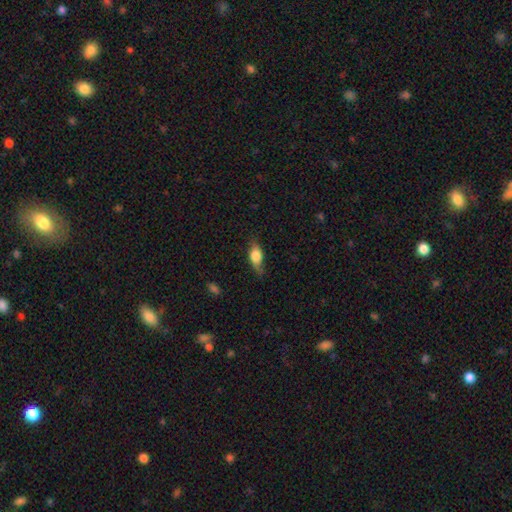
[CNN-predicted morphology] A smooth galaxy with no disk features (71%) that is in between round and cigar-shaped (78%). Merging: none (64%).